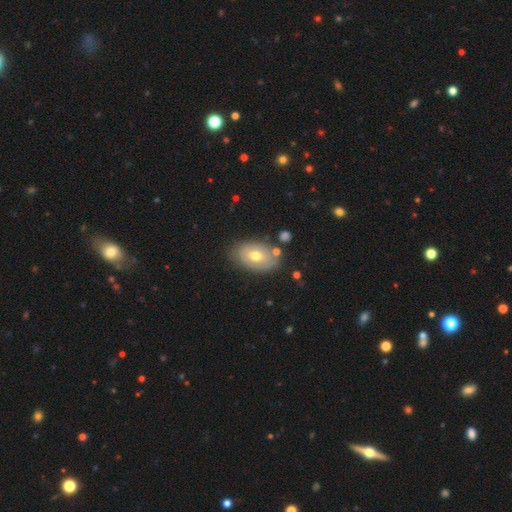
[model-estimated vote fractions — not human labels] A smooth galaxy with no disk features (52%) that is in between round and cigar-shaped (87%).

Vote fractions:
- Smooth or featured? smooth: 52% / featured or disk: 40% / star or artifact: 8%
- How rounded? in between: 87% / round: 12% / cigar-shaped: 1%
- Merging? none: 73% / minor disturbance: 17% / merger: 5% / major disturbance: 5%